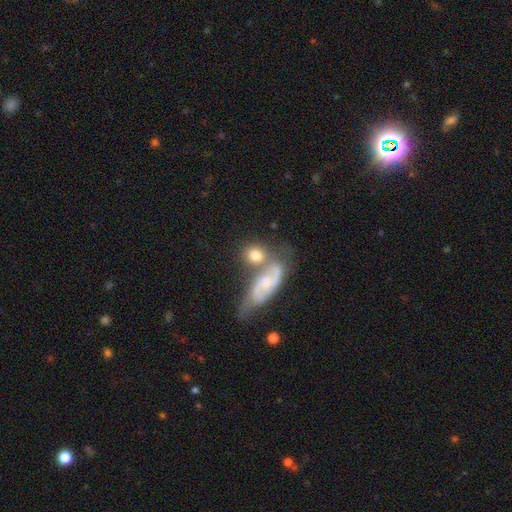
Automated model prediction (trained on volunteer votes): Smooth or featured?
  - smooth: 67% *
  - featured or disk: 25%
  - star or artifact: 8%
How rounded?
  - round: 66% *
  - in between: 29%
  - cigar-shaped: 5%
Merging?
  - none: 46% *
  - merger: 35%
  - minor disturbance: 13%
  - major disturbance: 7%